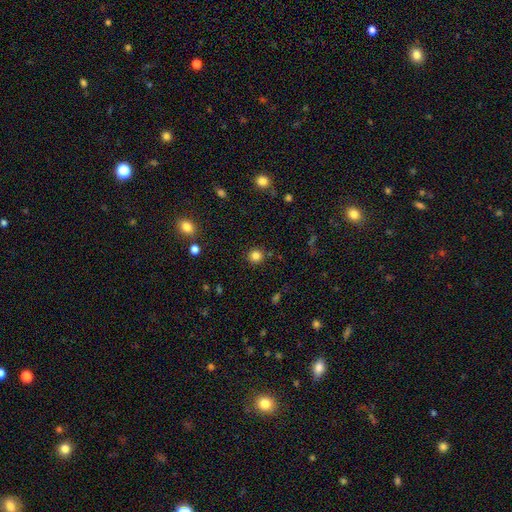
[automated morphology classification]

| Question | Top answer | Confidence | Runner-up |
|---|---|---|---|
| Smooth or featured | smooth | 83% | star or artifact (13%) |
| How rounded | round | 93% | in between (6%) |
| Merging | none | 89% | minor disturbance (6%) |